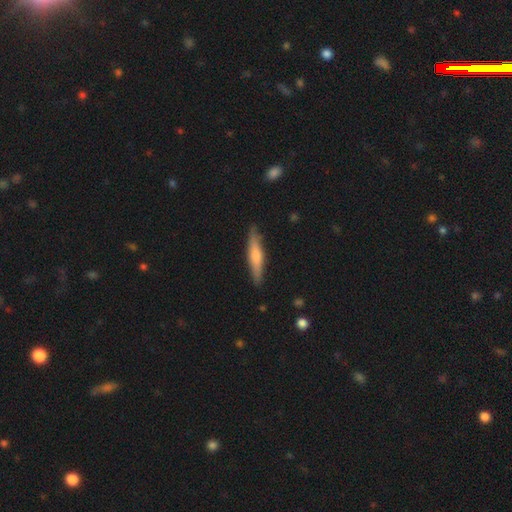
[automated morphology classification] Smooth or featured: smooth — 50% (featured or disk — 44%)
How rounded: cigar-shaped — 90% (in between — 9%)
Merging: none — 87% (minor disturbance — 10%)